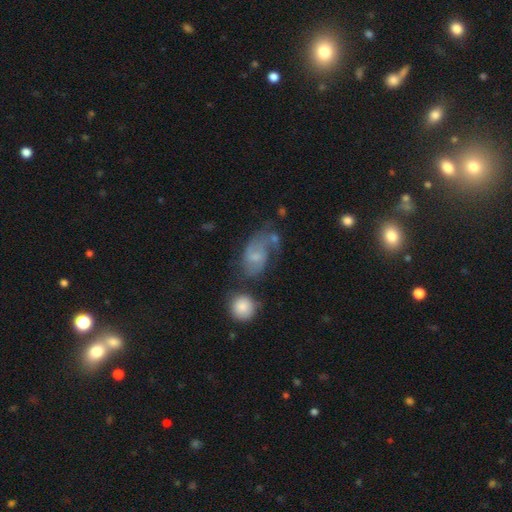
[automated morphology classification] Q: Smooth or featured?
A: featured or disk (60%); runner-up: smooth (30%)
Q: Edge-on disk?
A: no (97%); runner-up: yes (3%)
Q: Bar?
A: no (47%); runner-up: weak (45%)
Q: Spiral arms?
A: yes (82%); runner-up: no (18%)
Q: Bulge size?
A: small (50%); runner-up: moderate (30%)
Q: Merging?
A: none (38%); runner-up: major disturbance (25%)